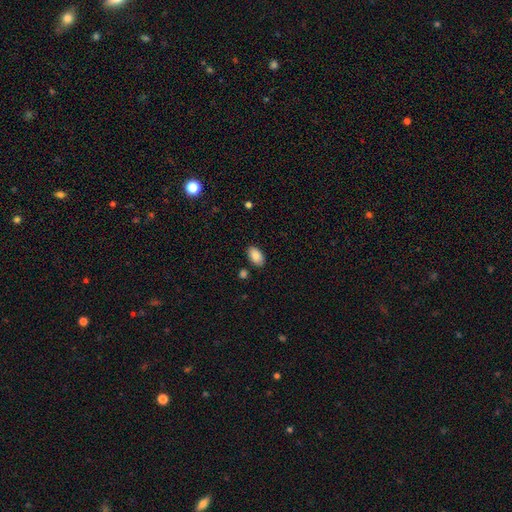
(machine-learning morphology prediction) This is clearly a smooth galaxy (88%). How rounded: clearly in between (94%). Merging: clearly none (85%).